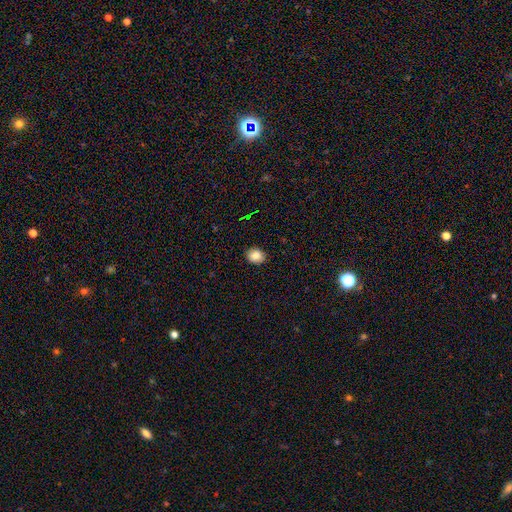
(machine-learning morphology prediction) Smooth or featured? Predicted: smooth (p=0.83). How rounded? Predicted: round (p=0.61). Merging? Predicted: none (p=0.89).